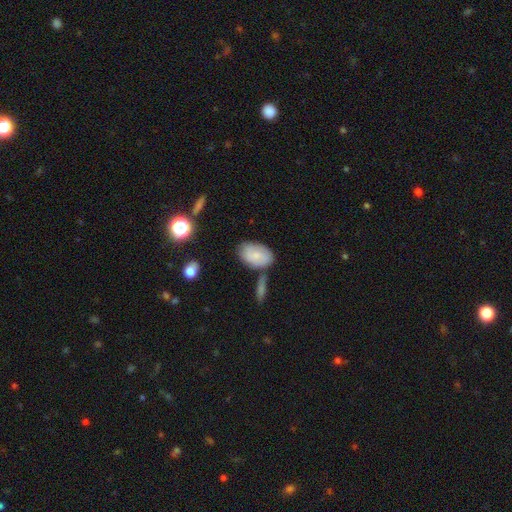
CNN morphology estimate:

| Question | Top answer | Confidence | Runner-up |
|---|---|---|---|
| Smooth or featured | smooth | 74% | featured or disk (20%) |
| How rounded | in between | 91% | round (8%) |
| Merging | none | 62% | minor disturbance (20%) |